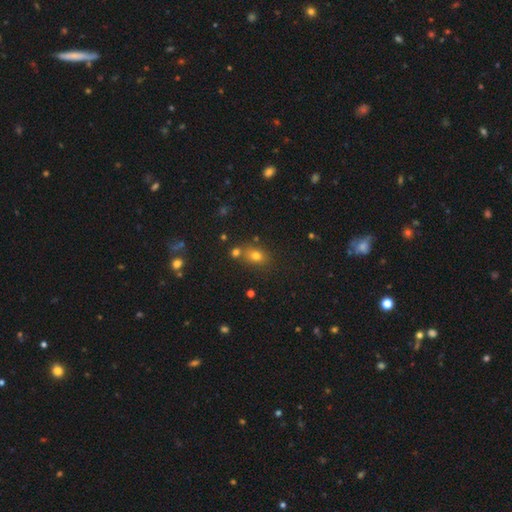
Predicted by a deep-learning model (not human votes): smooth-or-featured: smooth: 70% | star or artifact: 20% | featured or disk: 10%
  how-rounded: round: 50% | in between: 48% | cigar-shaped: 2%
  merging: none: 69% | merger: 15% | minor disturbance: 12% | major disturbance: 4%